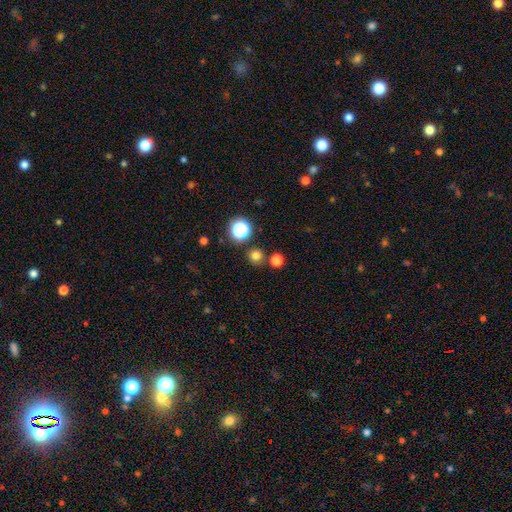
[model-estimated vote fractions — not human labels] Smooth or featured?
  - smooth: 75% *
  - star or artifact: 20%
  - featured or disk: 5%
How rounded?
  - round: 93% *
  - in between: 6%
  - cigar-shaped: 1%
Merging?
  - none: 82% *
  - merger: 9%
  - minor disturbance: 6%
  - major disturbance: 3%